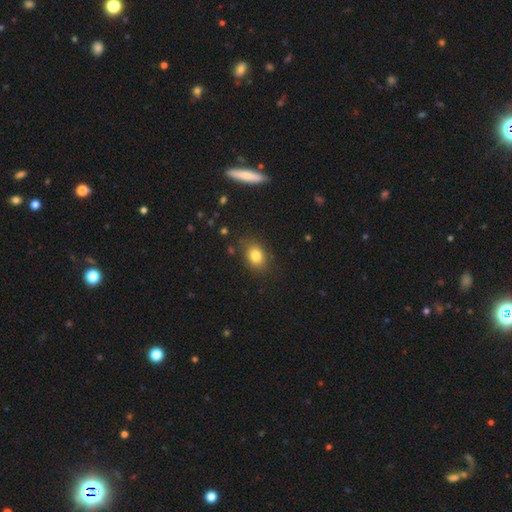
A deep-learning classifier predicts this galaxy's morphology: This appears to be a smooth galaxy with no disk features (81%) that is in between round and cigar-shaped (64%). Merging: none (81%).